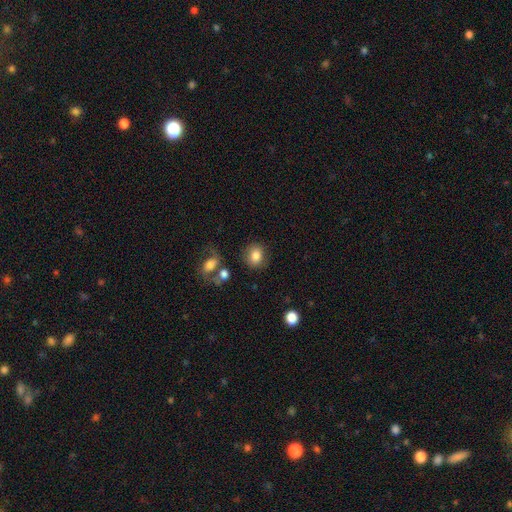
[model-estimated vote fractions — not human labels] This appears to be a smooth galaxy with no disk features (83%) that is round (58%). Merging: none (80%).